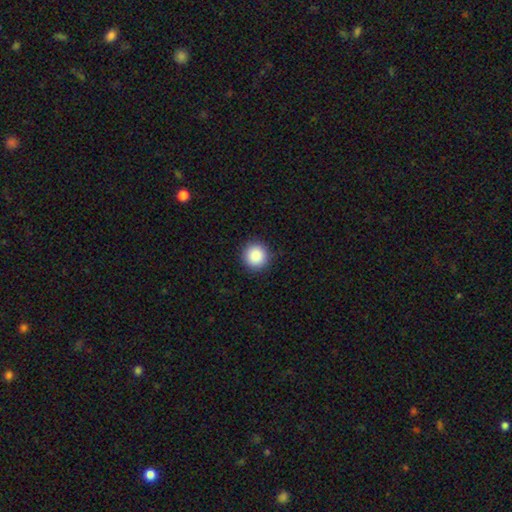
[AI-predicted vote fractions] smooth 89%, star or artifact 9%, featured or disk 3%. Down the decision tree: how rounded — round (94%); merging — none (92%).